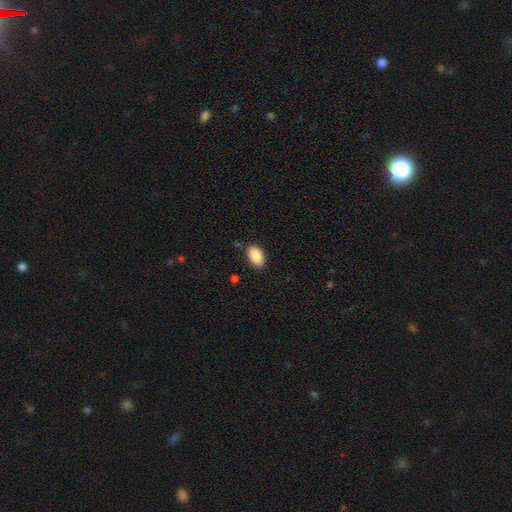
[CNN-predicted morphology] Overall: smooth (89%). How rounded: in between (91%). Merging: none (85%).